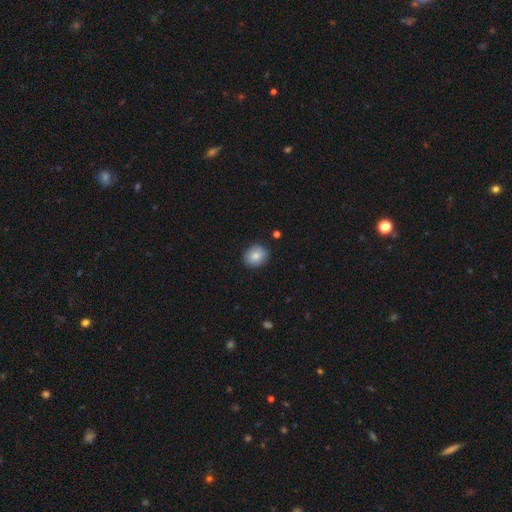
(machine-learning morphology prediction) A smooth galaxy with no disk features (84%) that is round (66%). Merging: none (87%).